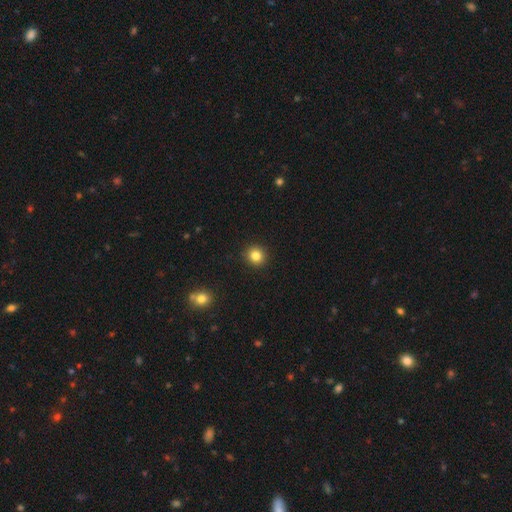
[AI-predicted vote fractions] Smooth or featured? Predicted: smooth (p=0.83). How rounded? Predicted: round (p=0.90). Merging? Predicted: none (p=0.92).